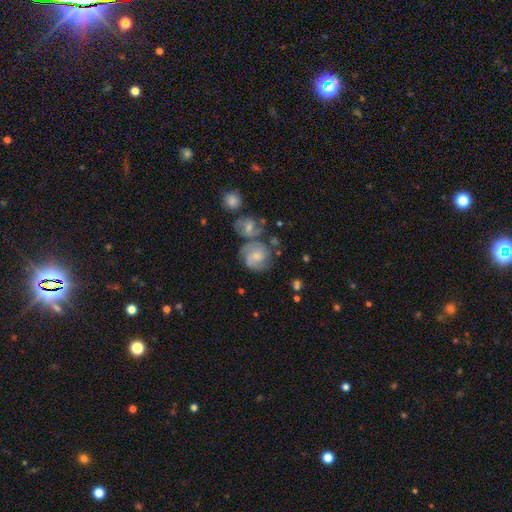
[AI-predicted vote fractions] Q: Smooth or featured?
A: featured or disk (70%); runner-up: smooth (23%)
Q: Edge-on disk?
A: no (98%); runner-up: yes (2%)
Q: Bar?
A: no (55%); runner-up: weak (38%)
Q: Spiral arms?
A: yes (92%); runner-up: no (8%)
Q: Spiral winding?
A: medium (44%); runner-up: tight (43%)
Q: Spiral arm count?
A: 2 (59%); runner-up: can't tell (17%)
Q: Bulge size?
A: small (46%); runner-up: moderate (34%)
Q: Merging?
A: none (47%); runner-up: merger (27%)